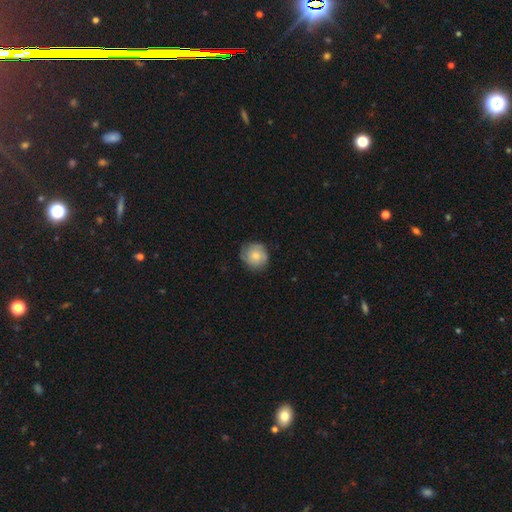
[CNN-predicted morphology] smooth 63%, featured or disk 30%, star or artifact 7%. Down the decision tree: how rounded — round (87%); merging — none (74%).